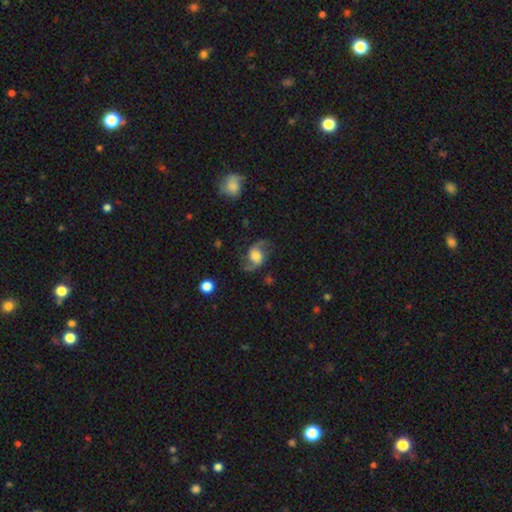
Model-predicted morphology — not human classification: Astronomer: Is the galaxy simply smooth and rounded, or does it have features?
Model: featured or disk — 76%.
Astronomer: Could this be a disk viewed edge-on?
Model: no — 97%.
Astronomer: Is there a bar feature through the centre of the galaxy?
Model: no — 58% (runner-up: weak, 33%).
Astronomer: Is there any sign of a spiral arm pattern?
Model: yes — 94%.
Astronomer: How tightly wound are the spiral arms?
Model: loose — 62%.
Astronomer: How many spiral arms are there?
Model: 2 — 93%.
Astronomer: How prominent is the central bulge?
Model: moderate — 52%.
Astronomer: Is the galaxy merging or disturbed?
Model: none — 73%.